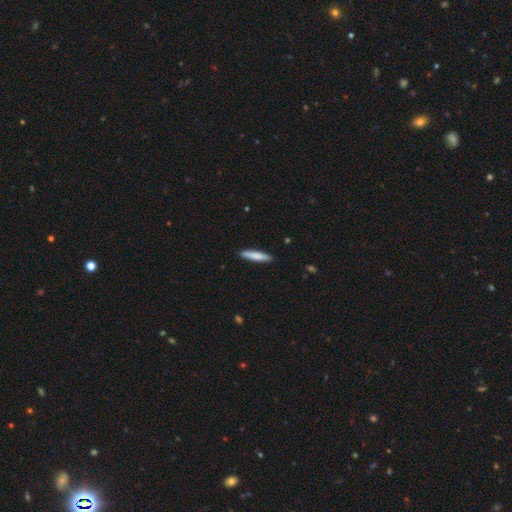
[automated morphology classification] Overall: smooth (80%). How rounded: cigar-shaped (88%). Merging: none (90%).